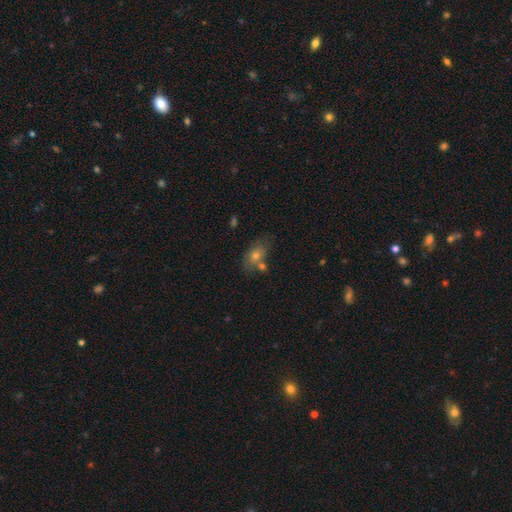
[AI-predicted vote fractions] Smooth or featured? Predicted: smooth (p=0.59). How rounded? Predicted: in between (p=0.75). Merging? Predicted: none (p=0.58).